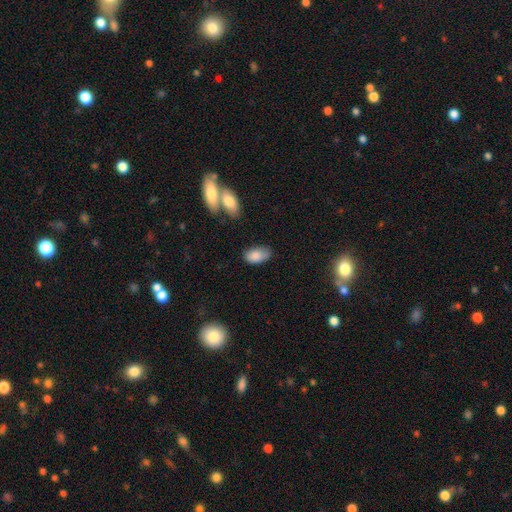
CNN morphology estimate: smooth-or-featured: smooth: 84% | featured or disk: 9% | star or artifact: 7%
  how-rounded: in between: 94% | round: 4% | cigar-shaped: 2%
  merging: none: 60% | minor disturbance: 28% | major disturbance: 7% | merger: 5%